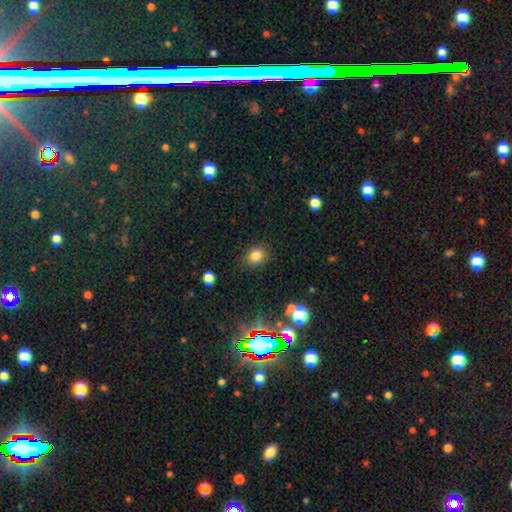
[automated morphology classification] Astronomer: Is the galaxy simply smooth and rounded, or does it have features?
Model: smooth — 81%.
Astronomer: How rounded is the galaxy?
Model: round — 62%.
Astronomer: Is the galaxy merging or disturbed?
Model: none — 84%.